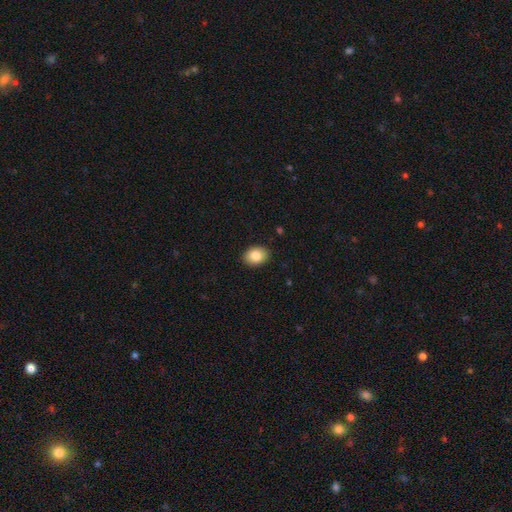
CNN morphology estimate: Smooth or featured? smooth (84%)
How rounded? in between (63%)
Merging? none (90%)